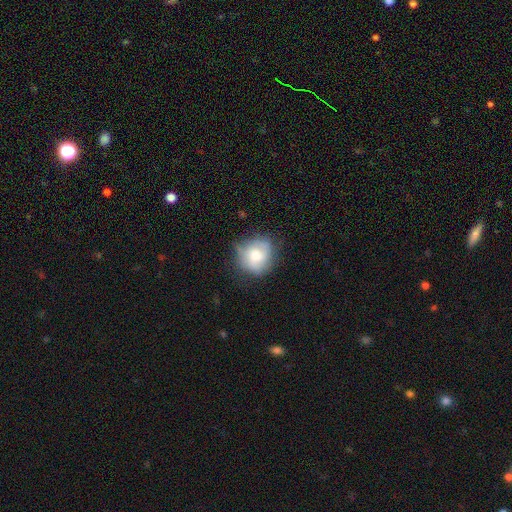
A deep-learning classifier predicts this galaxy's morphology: Smooth or featured? Predicted: smooth (p=0.56). How rounded? Predicted: round (p=0.81). Merging? Predicted: none (p=0.61).